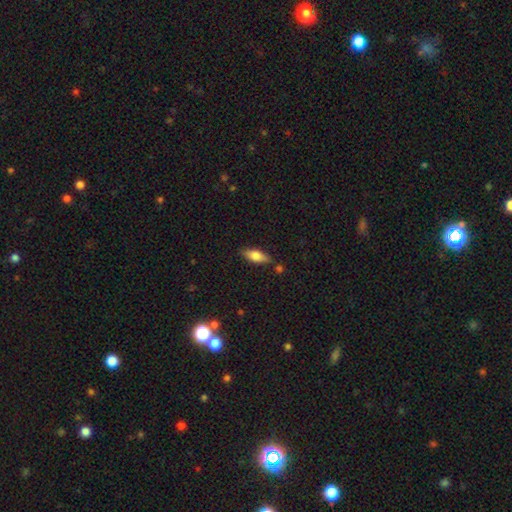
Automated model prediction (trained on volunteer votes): The model was most divided on "how rounded": in between: 73%, cigar-shaped: 24%, round: 3%. More confident: merging — none (79%); smooth or featured — smooth (71%).